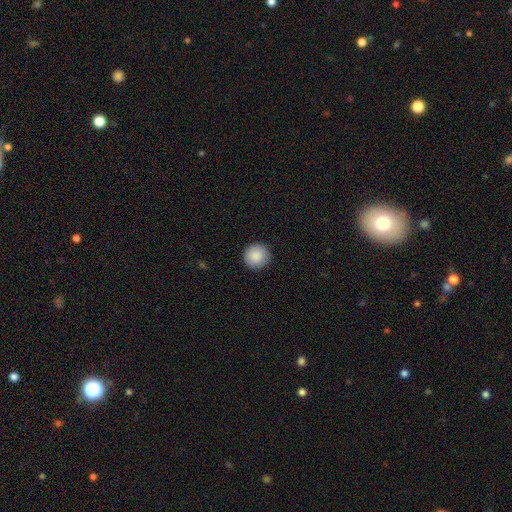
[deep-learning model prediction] smooth 89%, star or artifact 7%, featured or disk 4%. Down the decision tree: how rounded — round (94%); merging — none (91%).